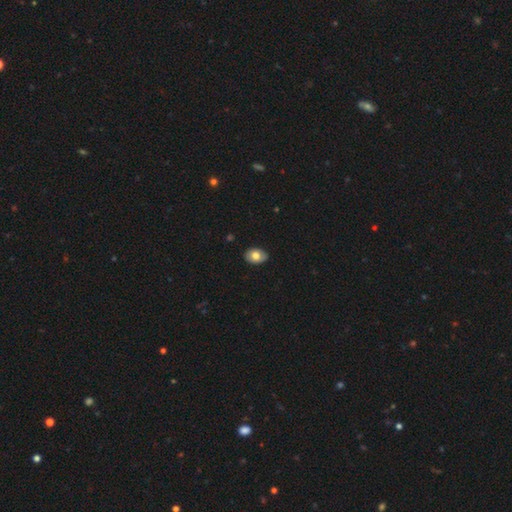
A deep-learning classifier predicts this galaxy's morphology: Smooth or featured? smooth (74%)
How rounded? in between (84%)
Merging? none (87%)